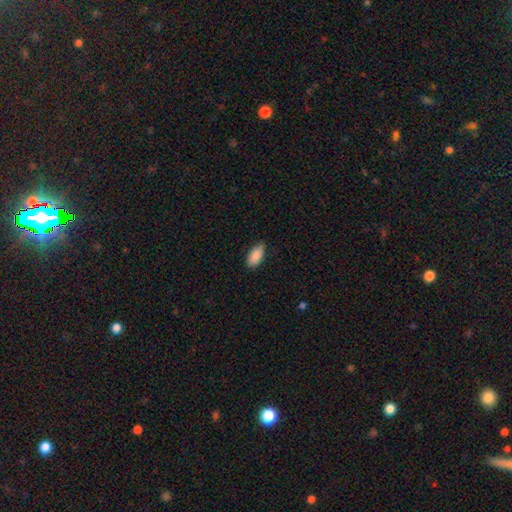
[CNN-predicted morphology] A smooth galaxy with no disk features (89%) that is in between round and cigar-shaped (92%). Merging: none (80%).